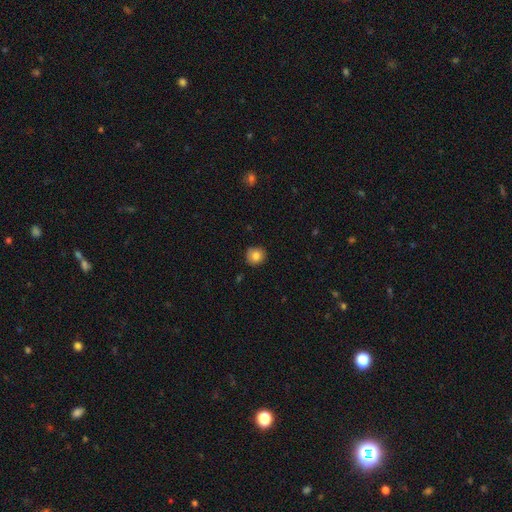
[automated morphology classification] smooth 83%, star or artifact 9%, featured or disk 8%. Down the decision tree: how rounded — round (88%); merging — none (85%).